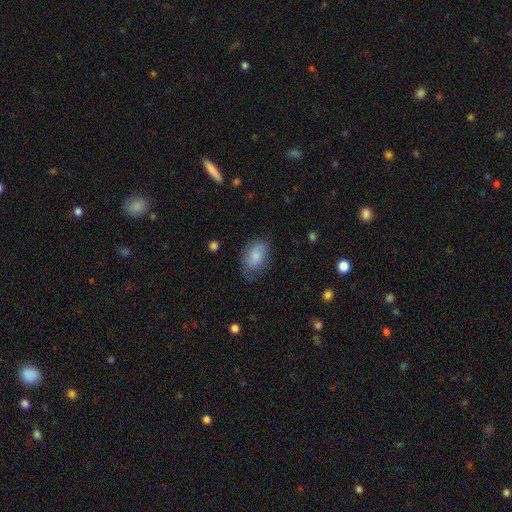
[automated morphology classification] Smooth or featured: smooth — 81% (featured or disk — 13%)
How rounded: in between — 89% (round — 9%)
Merging: none — 63% (minor disturbance — 27%)